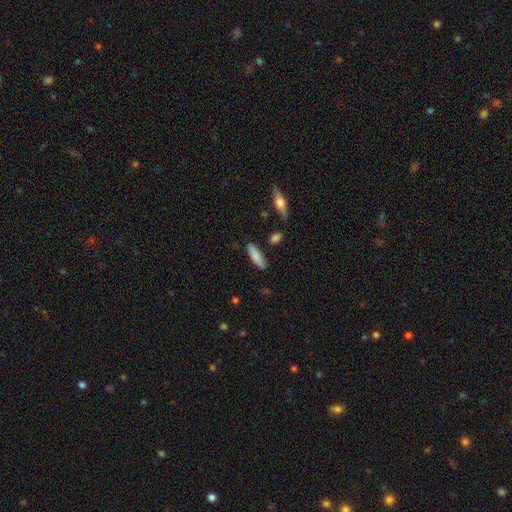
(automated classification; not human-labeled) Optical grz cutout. It shows a smooth galaxy with no disk features (81%) that is cigar-shaped (63%). Merging: none (84%).